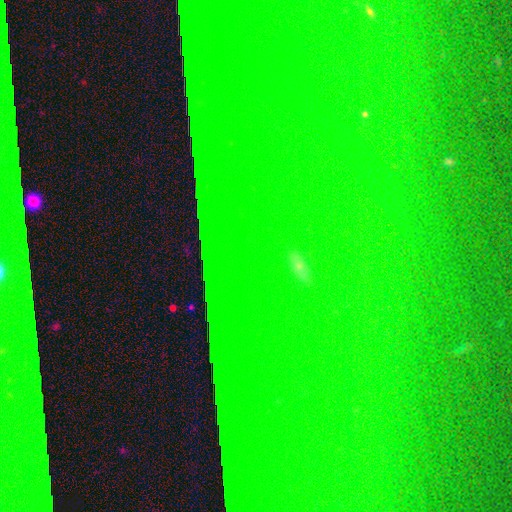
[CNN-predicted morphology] Smooth or featured? Predicted: star or artifact (p=0.83).